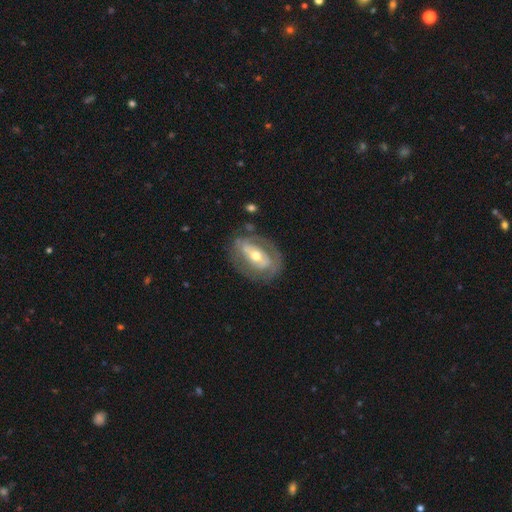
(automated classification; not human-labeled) smooth-or-featured: featured or disk: 72% | smooth: 23% | star or artifact: 6%
  disk-edge-on: no: 93% | yes: 7%
    bar: no: 40% | strong: 32% | weak: 28%
    has-spiral-arms: yes: 54% | no: 46%
    bulge-size: moderate: 65% | small: 26% | large: 6% | dominant: 1% | none: 1%
  merging: none: 70% | minor disturbance: 18% | major disturbance: 10% | merger: 2%